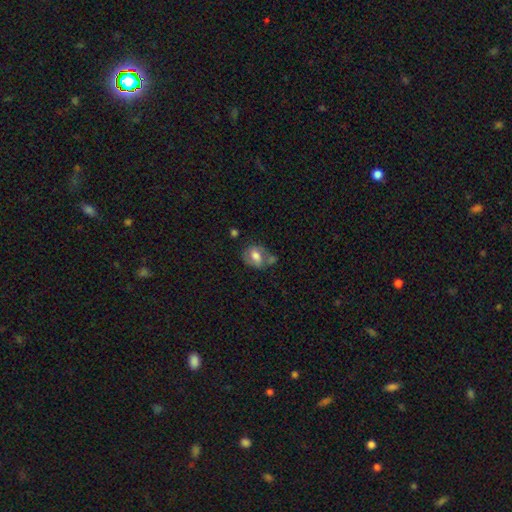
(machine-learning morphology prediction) Smooth or featured?
  - smooth: 57% *
  - featured or disk: 34%
  - star or artifact: 8%
How rounded?
  - in between: 62% *
  - round: 36%
  - cigar-shaped: 2%
Merging?
  - none: 44% *
  - minor disturbance: 23%
  - merger: 20%
  - major disturbance: 13%